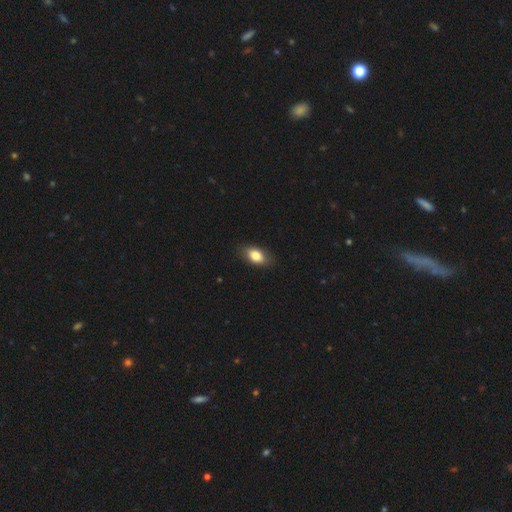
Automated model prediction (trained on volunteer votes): Q: Smooth or featured?
A: smooth (82%); runner-up: featured or disk (10%)
Q: How rounded?
A: in between (89%); runner-up: round (8%)
Q: Merging?
A: none (85%); runner-up: minor disturbance (11%)